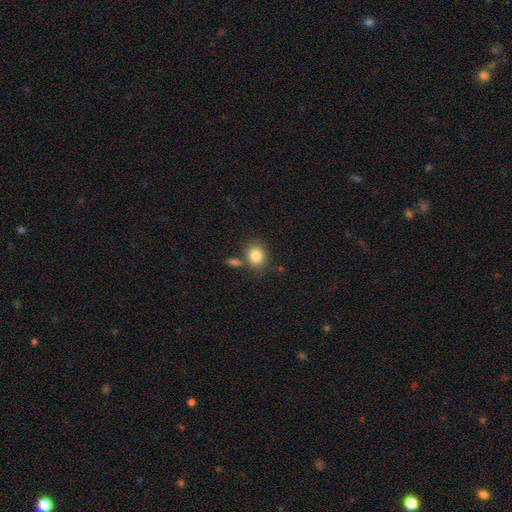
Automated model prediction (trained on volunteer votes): Smooth or featured?
  - smooth: 84% *
  - star or artifact: 9%
  - featured or disk: 7%
How rounded?
  - round: 66% *
  - in between: 33%
  - cigar-shaped: 1%
Merging?
  - none: 71% *
  - merger: 13%
  - minor disturbance: 12%
  - major disturbance: 4%